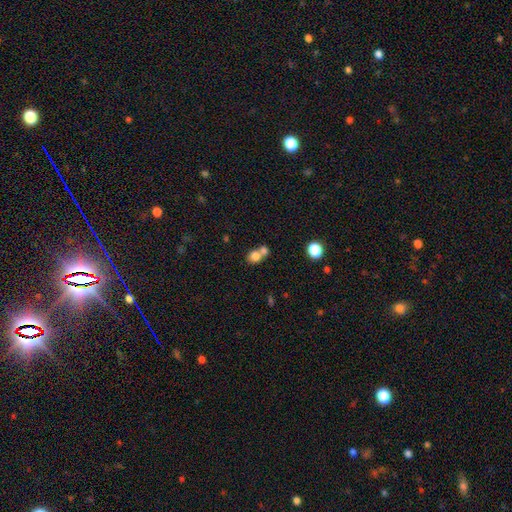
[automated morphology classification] smooth-or-featured: smooth: 78% | featured or disk: 11% | star or artifact: 11%
  how-rounded: round: 69% | in between: 30% | cigar-shaped: 1%
  merging: merger: 57% | none: 34% | minor disturbance: 6% | major disturbance: 3%